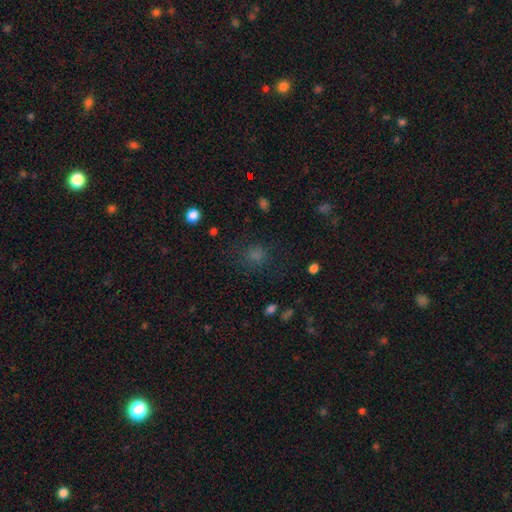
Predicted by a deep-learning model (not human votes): Smooth or featured? Predicted: smooth (p=0.68). How rounded? Predicted: round (p=0.75). Merging? Predicted: none (p=0.74).